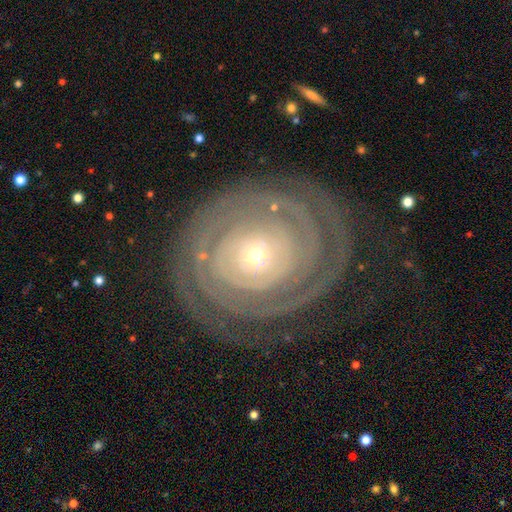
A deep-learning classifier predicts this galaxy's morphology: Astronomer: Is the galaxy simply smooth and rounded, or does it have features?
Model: featured or disk — 85%.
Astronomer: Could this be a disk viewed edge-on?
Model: no — 96%.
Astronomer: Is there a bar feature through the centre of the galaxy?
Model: no — 84%.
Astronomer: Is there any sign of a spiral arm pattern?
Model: yes — 92%.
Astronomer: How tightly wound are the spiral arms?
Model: tight — 89%.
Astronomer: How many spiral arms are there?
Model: can't tell — 32% (runner-up: 2, 24%).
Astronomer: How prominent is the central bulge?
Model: small — 80%.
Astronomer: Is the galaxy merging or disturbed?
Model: none — 80%.